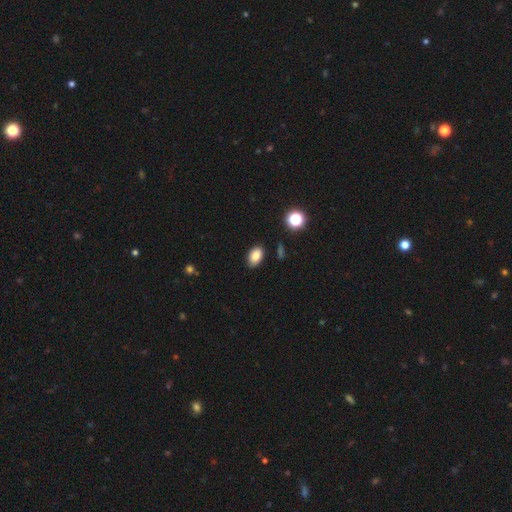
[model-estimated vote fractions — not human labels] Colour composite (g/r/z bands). It shows a smooth galaxy with no disk features (85%) that is in between round and cigar-shaped (89%). Merging: none (85%).